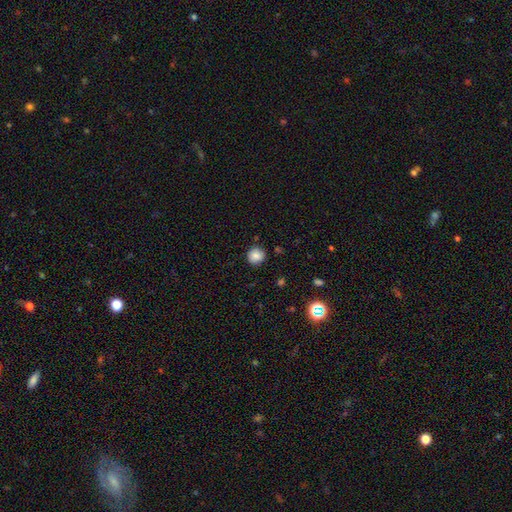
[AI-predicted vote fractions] Morphology: type=smooth (85%); roundness=round (93%); merging=none (88%).